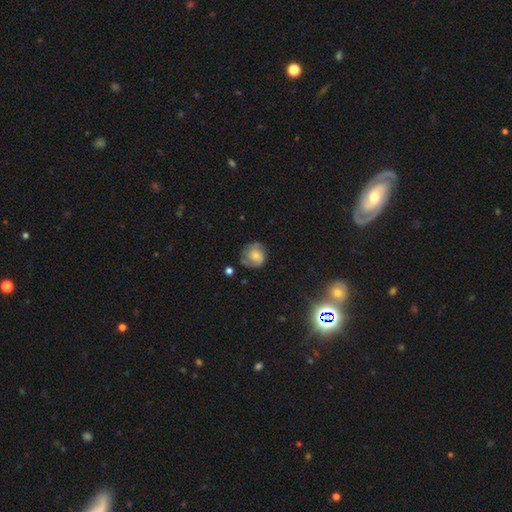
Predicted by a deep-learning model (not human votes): Morphology: type=featured or disk (45%, tied with smooth); merging=none (63%).